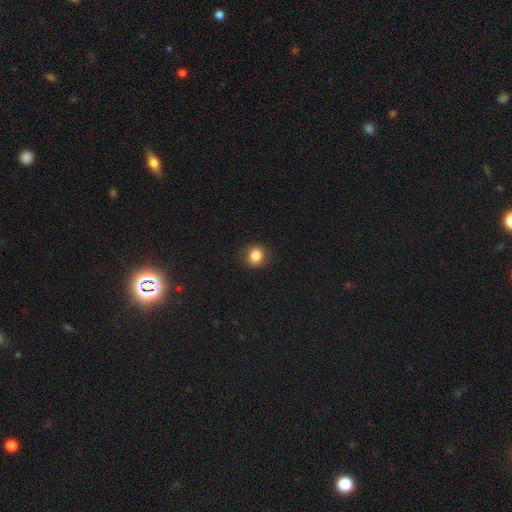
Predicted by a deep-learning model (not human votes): Smooth or featured? smooth (84%)
How rounded? round (78%)
Merging? none (86%)